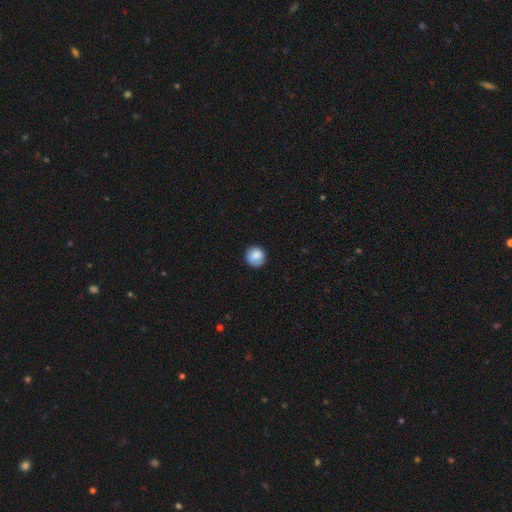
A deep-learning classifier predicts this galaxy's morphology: A smooth galaxy with no disk features (87%) that is round (93%).

Vote fractions:
- Smooth or featured? smooth: 87% / star or artifact: 8% / featured or disk: 6%
- How rounded? round: 93% / in between: 6% / cigar-shaped: 1%
- Merging? none: 86% / minor disturbance: 10% / major disturbance: 2% / merger: 1%